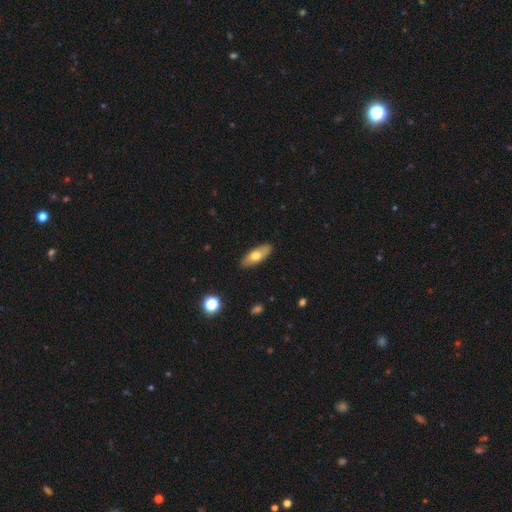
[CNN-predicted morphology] Overall: smooth (64%; featured or disk 30%). How rounded: in between (68%; cigar-shaped 29%). Merging: none (88%).